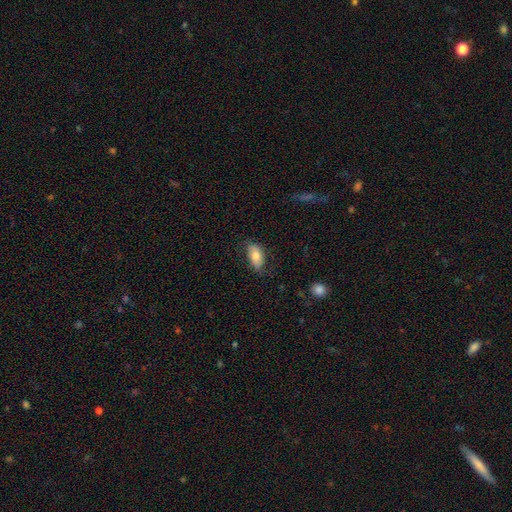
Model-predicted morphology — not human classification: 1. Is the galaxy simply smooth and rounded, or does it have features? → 77% smooth, 17% featured or disk, 7% star or artifact.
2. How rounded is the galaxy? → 92% in between, 4% cigar-shaped, 4% round.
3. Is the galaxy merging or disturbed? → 72% none, 22% minor disturbance, 6% major disturbance, 1% merger.